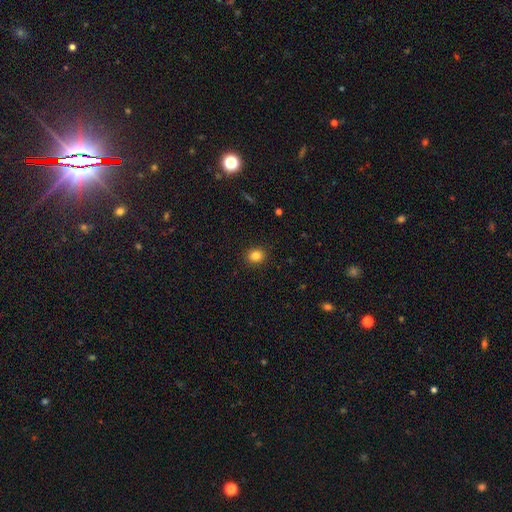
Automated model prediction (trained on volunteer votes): Overall: smooth (83%). How rounded: round (71%). Merging: none (91%).